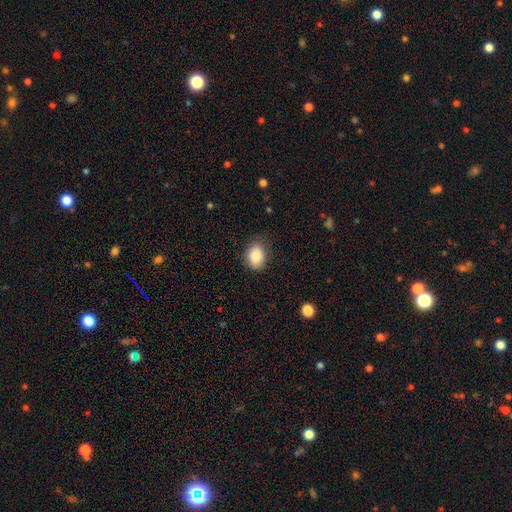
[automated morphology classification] This is clearly a smooth galaxy (86%). How rounded: likely in between (66%). Merging: clearly none (82%).